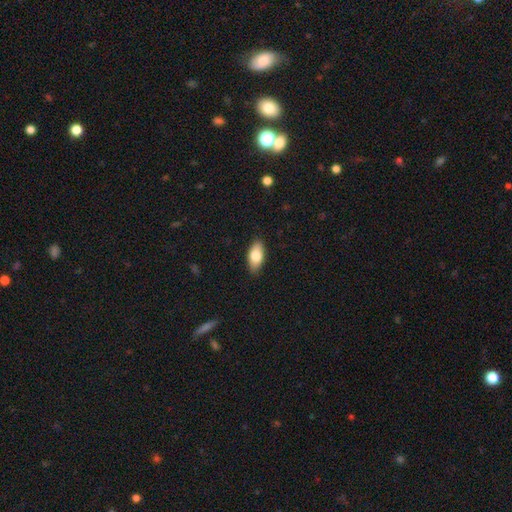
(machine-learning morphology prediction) Overall: smooth (79%). How rounded: in between (90%). Merging: none (87%).